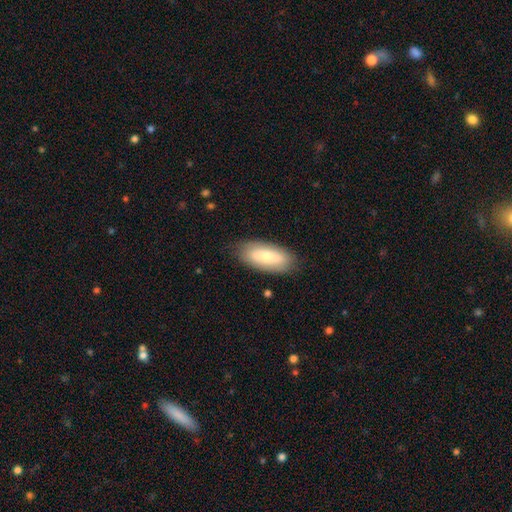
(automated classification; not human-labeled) A smooth galaxy with no disk features (70%) that is in between round and cigar-shaped (84%).

Vote fractions:
- Smooth or featured? smooth: 70% / featured or disk: 24% / star or artifact: 6%
- How rounded? in between: 84% / cigar-shaped: 14% / round: 2%
- Merging? none: 83% / minor disturbance: 13% / major disturbance: 3% / merger: 1%